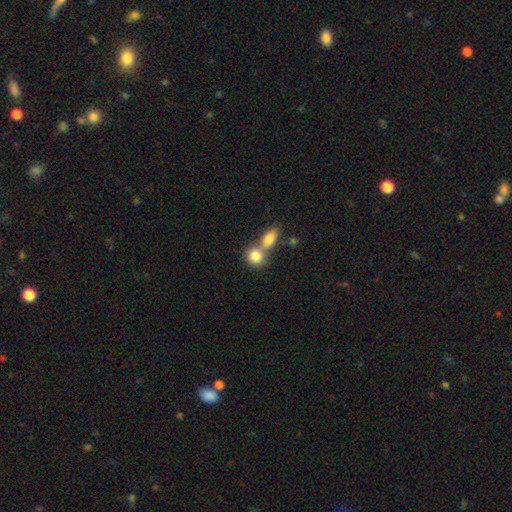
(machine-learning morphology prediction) type=smooth (83%); roundness=round (56%); merging=merger (56%).